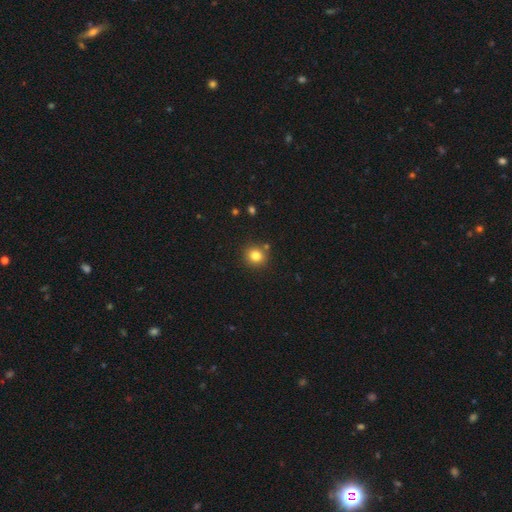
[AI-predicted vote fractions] This appears to be a smooth galaxy with no disk features (81%) that is round (89%). Merging: none (84%).